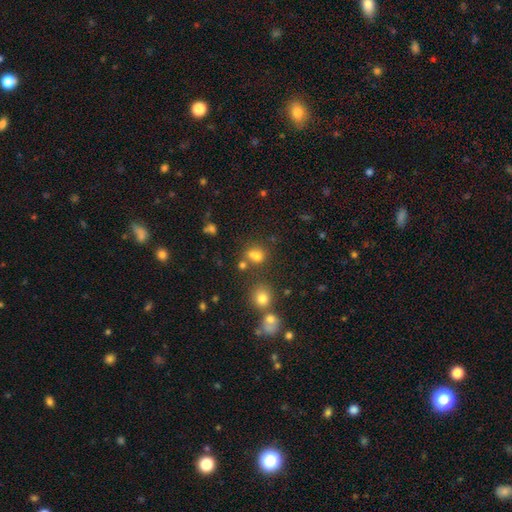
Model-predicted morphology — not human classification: Smooth or featured?
  - smooth: 70% *
  - star or artifact: 19%
  - featured or disk: 10%
How rounded?
  - round: 64% *
  - in between: 34%
  - cigar-shaped: 2%
Merging?
  - none: 50% *
  - merger: 31%
  - minor disturbance: 12%
  - major disturbance: 6%